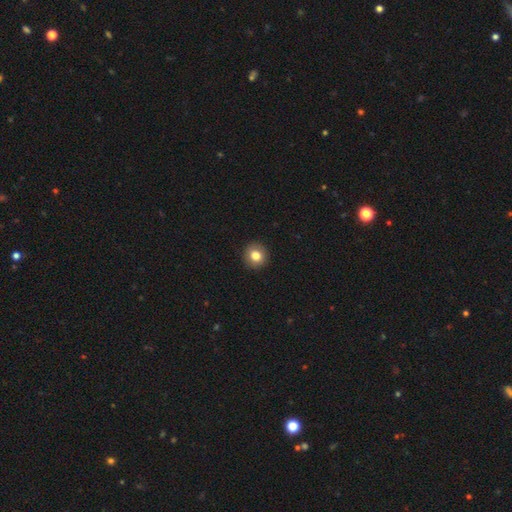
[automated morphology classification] type=smooth (81%); roundness=round (92%); merging=none (92%).